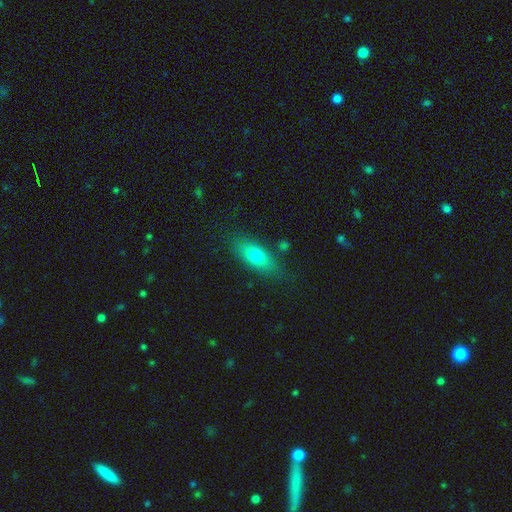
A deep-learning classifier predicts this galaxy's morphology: Smooth or featured?
  - smooth: 74% *
  - featured or disk: 18%
  - star or artifact: 8%
How rounded?
  - in between: 72% *
  - cigar-shaped: 24%
  - round: 4%
Merging?
  - none: 78% *
  - minor disturbance: 15%
  - major disturbance: 4%
  - merger: 3%